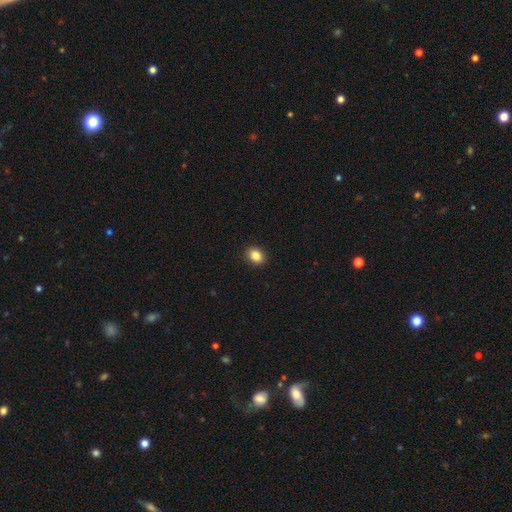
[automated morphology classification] type=smooth (85%); roundness=in between (54%); merging=none (91%).